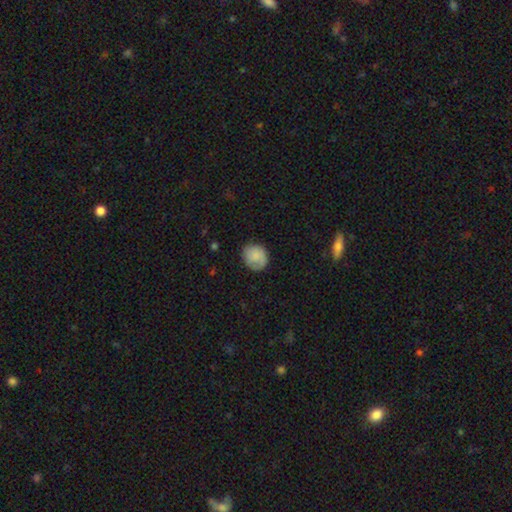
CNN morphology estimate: Q: Smooth or featured?
A: smooth (81%); runner-up: featured or disk (11%)
Q: How rounded?
A: round (81%); runner-up: in between (18%)
Q: Merging?
A: none (77%); runner-up: minor disturbance (17%)